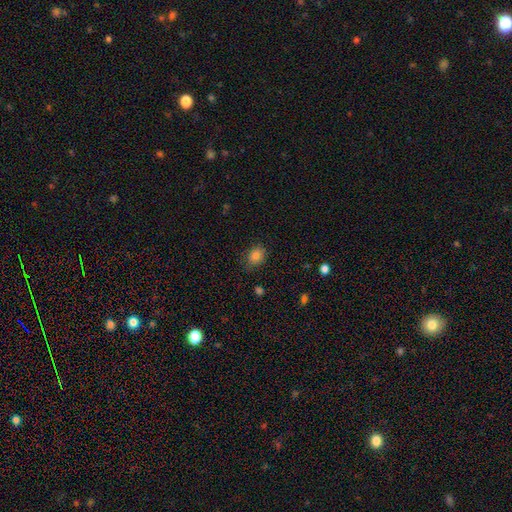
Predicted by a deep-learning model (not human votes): Overall: smooth (83%). How rounded: in between (57%; round 41%). Merging: none (80%).